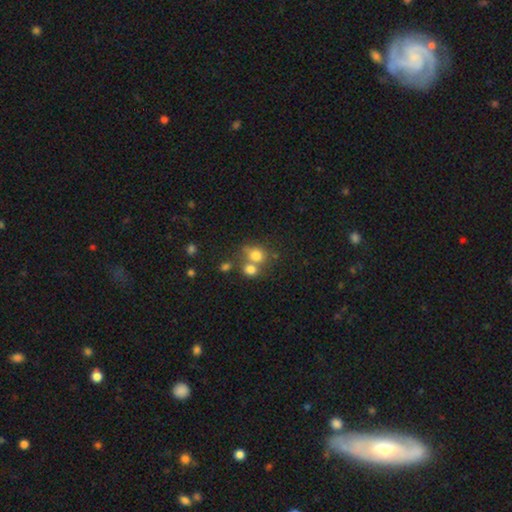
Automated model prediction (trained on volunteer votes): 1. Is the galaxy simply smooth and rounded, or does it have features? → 75% smooth, 13% star or artifact, 12% featured or disk.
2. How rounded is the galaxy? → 72% round, 27% in between, 1% cigar-shaped.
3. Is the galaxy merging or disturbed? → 44% merger, 42% none, 9% minor disturbance, 5% major disturbance.